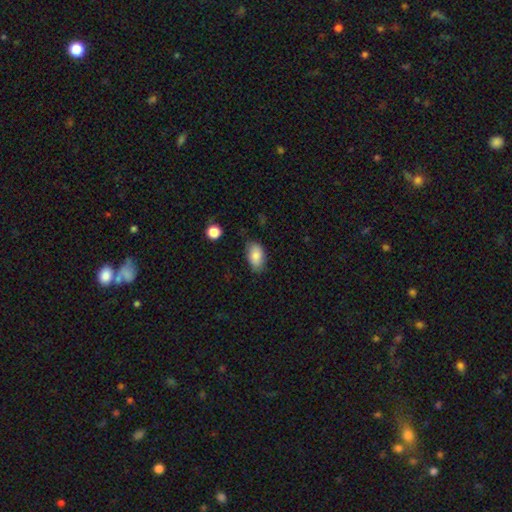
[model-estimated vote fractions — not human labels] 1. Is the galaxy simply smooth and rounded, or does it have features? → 84% smooth, 9% featured or disk, 7% star or artifact.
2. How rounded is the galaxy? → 92% in between, 6% round, 2% cigar-shaped.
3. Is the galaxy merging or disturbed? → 76% none, 19% minor disturbance, 3% major disturbance, 2% merger.